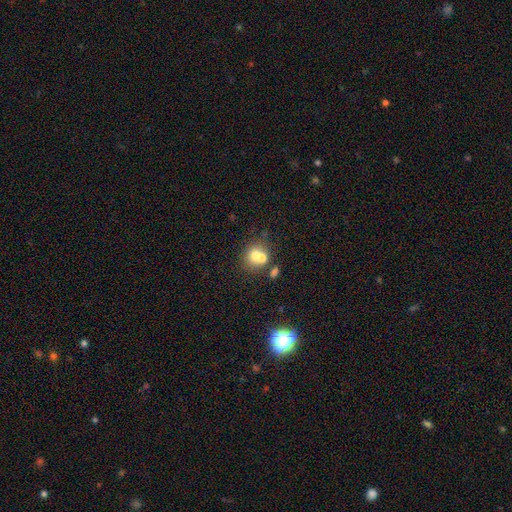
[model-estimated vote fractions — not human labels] smooth-or-featured: smooth: 67% | featured or disk: 21% | star or artifact: 12%
  how-rounded: round: 77% | in between: 22% | cigar-shaped: 1%
  merging: merger: 49% | none: 39% | minor disturbance: 8% | major disturbance: 4%